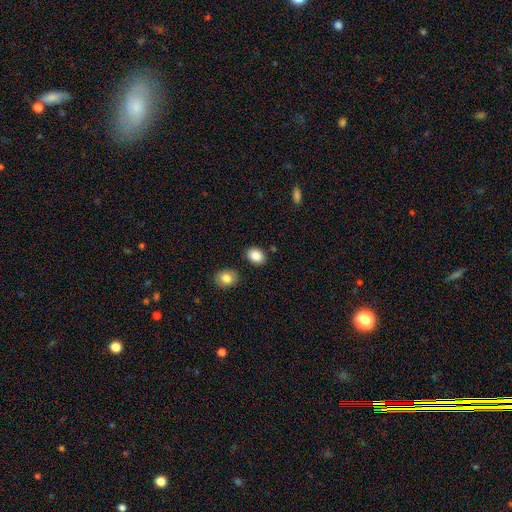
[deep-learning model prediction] smooth_or_featured: smooth (p=0.87) [alt: star or artifact p=0.08]
how_rounded: in between (p=0.69) [alt: round p=0.30]
merging: none (p=0.84) [alt: minor disturbance p=0.10]